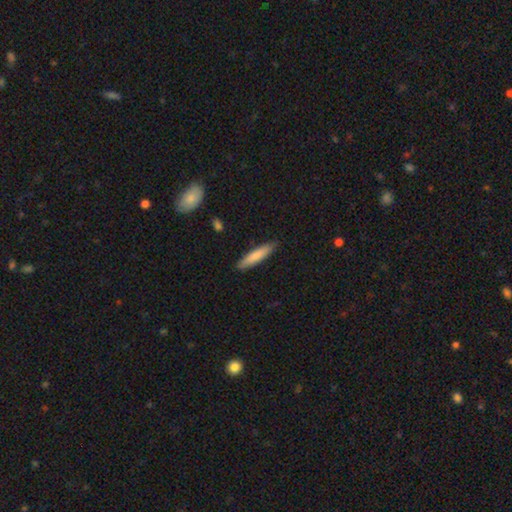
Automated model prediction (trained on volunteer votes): A smooth galaxy with no disk features (80%) that is cigar-shaped (81%).

Vote fractions:
- Smooth or featured? smooth: 80% / featured or disk: 14% / star or artifact: 5%
- How rounded? cigar-shaped: 81% / in between: 18% / round: 1%
- Merging? none: 87% / minor disturbance: 10% / major disturbance: 2% / merger: 1%